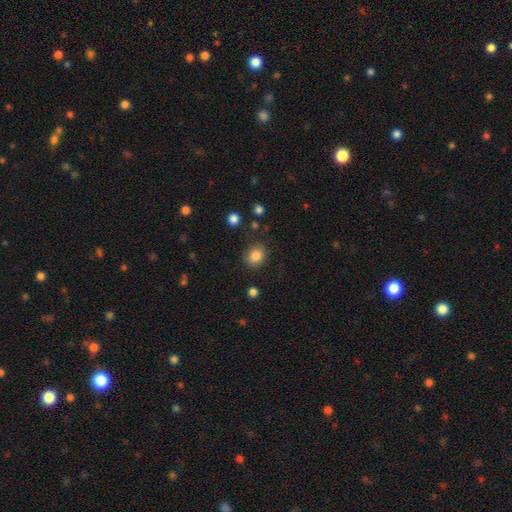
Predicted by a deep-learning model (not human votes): Smooth or featured?
  - smooth: 85% *
  - star or artifact: 10%
  - featured or disk: 5%
How rounded?
  - round: 69% *
  - in between: 30%
  - cigar-shaped: 1%
Merging?
  - none: 83% *
  - minor disturbance: 11%
  - major disturbance: 4%
  - merger: 2%